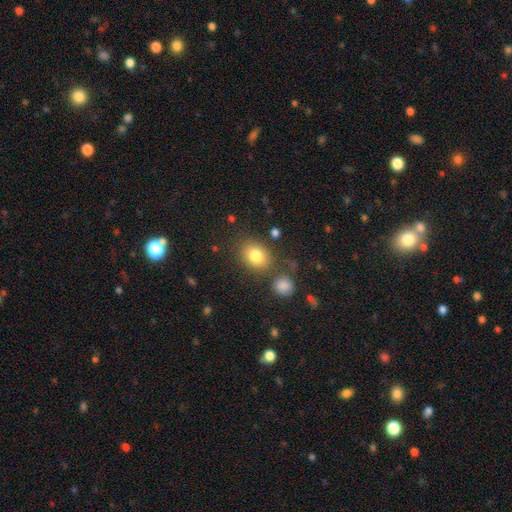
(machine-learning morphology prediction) The model was most divided on "how rounded": in between: 53%, round: 46%, cigar-shaped: 1%. More confident: smooth or featured — smooth (81%); merging — none (76%).